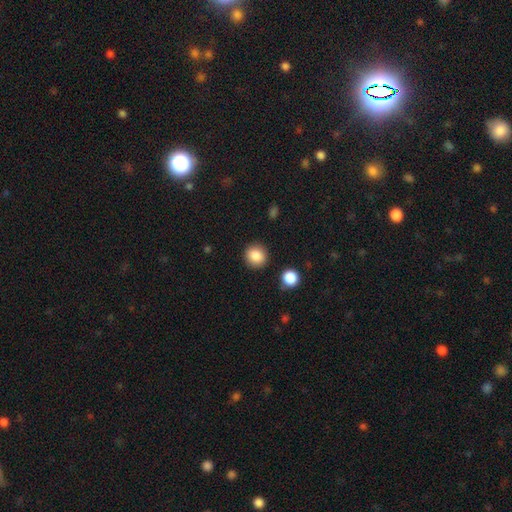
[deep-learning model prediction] This appears to be a smooth galaxy with no disk features (86%) that is round (89%). Merging: none (89%).